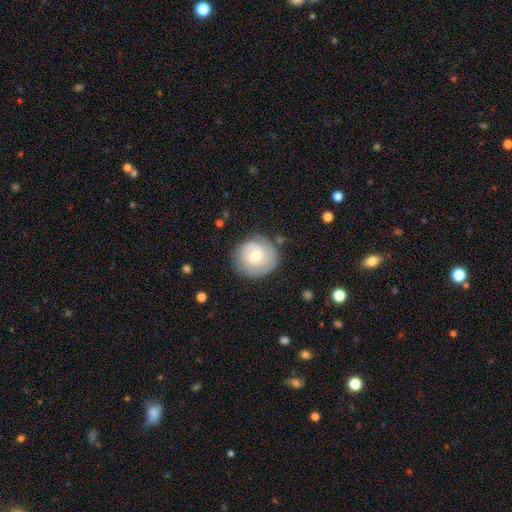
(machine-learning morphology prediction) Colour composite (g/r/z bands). It shows a smooth galaxy with no disk features (55%) that is round (91%). Merging: none (75%).